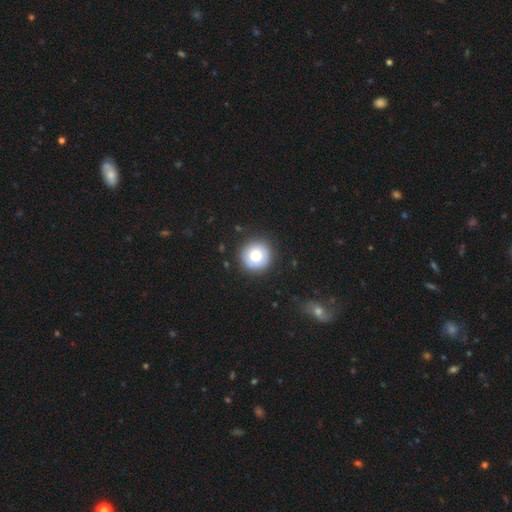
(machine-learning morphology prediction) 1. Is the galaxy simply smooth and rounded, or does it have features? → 72% smooth, 19% featured or disk, 9% star or artifact.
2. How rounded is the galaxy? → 95% round, 4% in between, 1% cigar-shaped.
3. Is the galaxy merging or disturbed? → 88% none, 8% minor disturbance, 3% major disturbance, 1% merger.